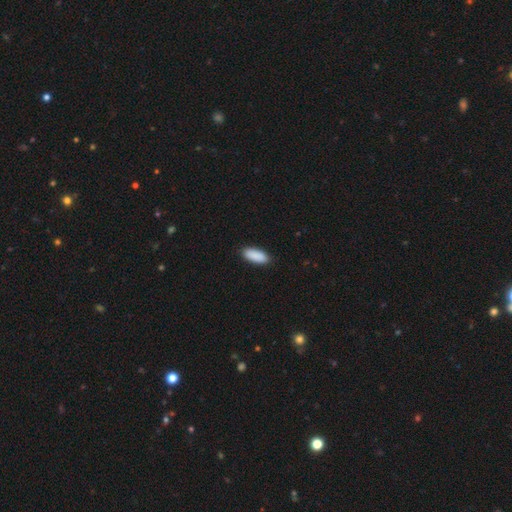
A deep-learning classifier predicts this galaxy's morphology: smooth_or_featured: smooth (p=0.91) [alt: star or artifact p=0.06]
how_rounded: in between (p=0.81) [alt: cigar-shaped p=0.18]
merging: none (p=0.89) [alt: minor disturbance p=0.09]